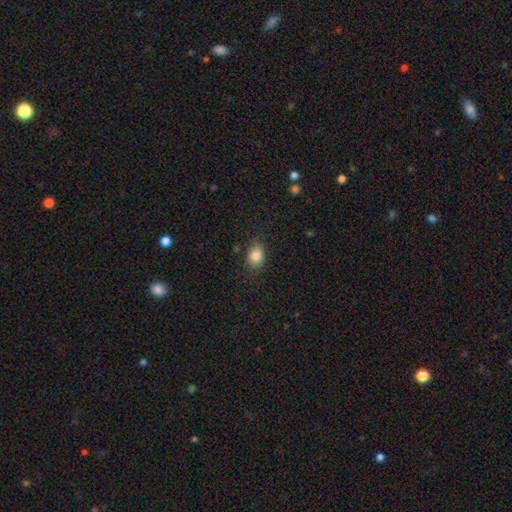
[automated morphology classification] Overall: smooth (85%). How rounded: in between (72%). Merging: none (78%).